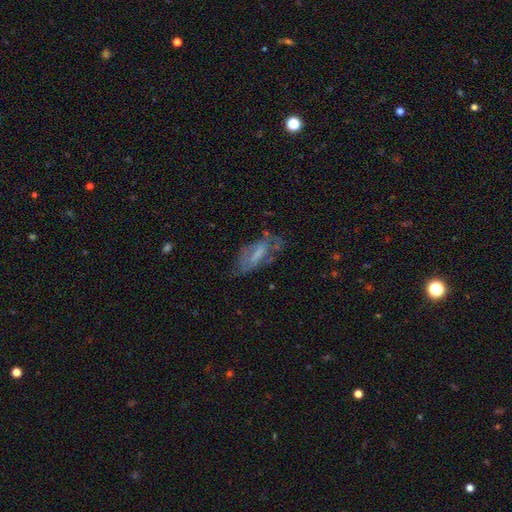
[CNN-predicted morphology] This is possibly a featured or disk galaxy (50%). It is clearly not viewed edge-on (86%). Merging: possibly none (49%).